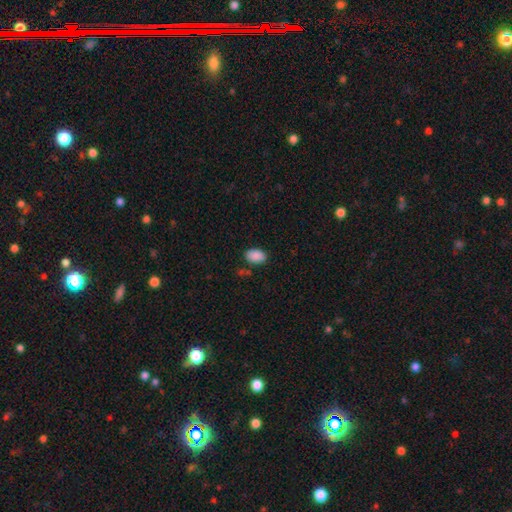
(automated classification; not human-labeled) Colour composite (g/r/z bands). It shows a smooth galaxy with no disk features (89%) that is in between round and cigar-shaped (89%). Merging: none (82%).